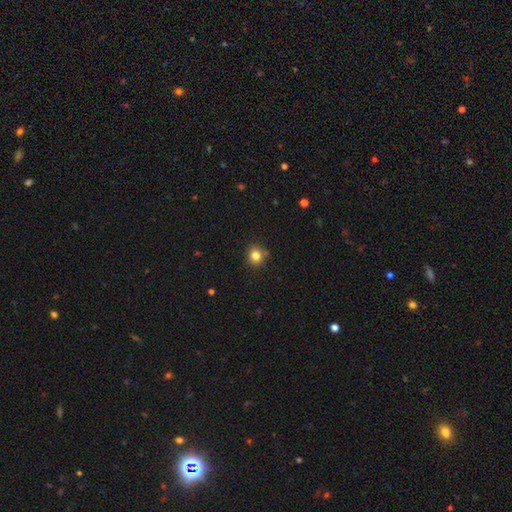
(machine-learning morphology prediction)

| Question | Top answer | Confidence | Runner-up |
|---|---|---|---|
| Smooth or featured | smooth | 81% | star or artifact (13%) |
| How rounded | round | 85% | in between (14%) |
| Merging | none | 83% | minor disturbance (11%) |